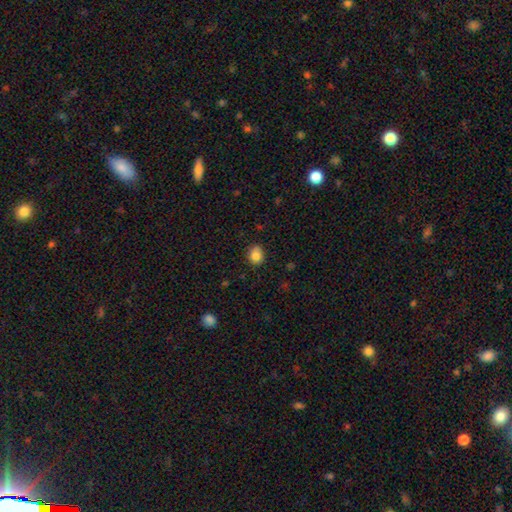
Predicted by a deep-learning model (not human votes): smooth 83%, star or artifact 10%, featured or disk 7%. Down the decision tree: how rounded — round (61%); merging — none (75%).